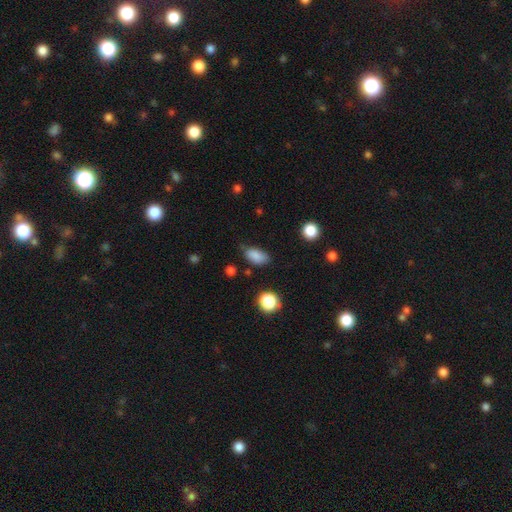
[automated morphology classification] A smooth galaxy with no disk features (85%) that is in between round and cigar-shaped (90%). Merging: none (67%).